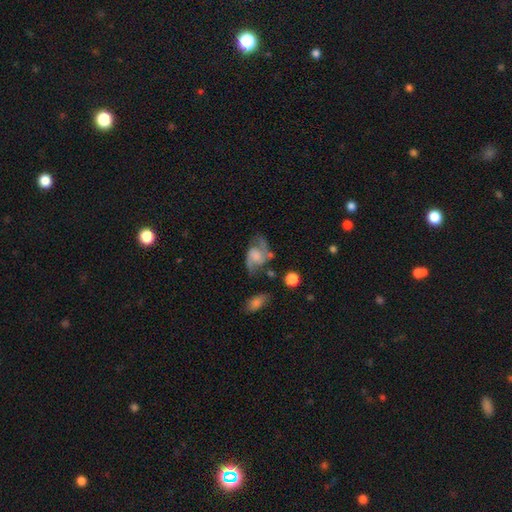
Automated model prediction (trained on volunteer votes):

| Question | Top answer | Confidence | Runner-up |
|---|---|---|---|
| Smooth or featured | featured or disk | 78% | smooth (15%) |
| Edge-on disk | no | 97% | yes (3%) |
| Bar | no | 53% | weak (39%) |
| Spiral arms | yes | 93% | no (7%) |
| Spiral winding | medium | 48% | loose (39%) |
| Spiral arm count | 2 | 90% | can't tell (4%) |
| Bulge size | none | 30% | small (29%) |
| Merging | none | 57% | minor disturbance (22%) |